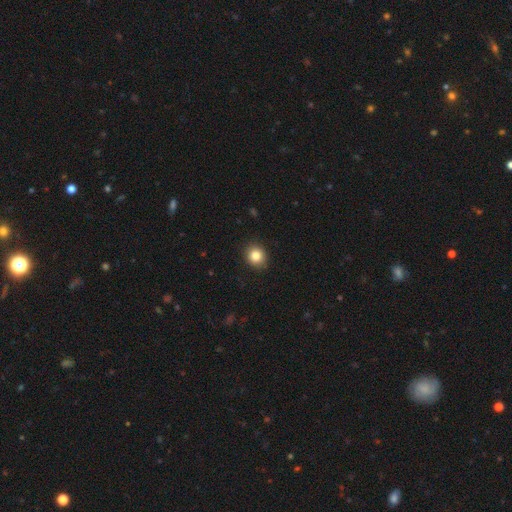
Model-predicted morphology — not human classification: smooth_or_featured: smooth (p=0.84) [alt: star or artifact p=0.10]
how_rounded: round (p=0.80) [alt: in between p=0.19]
merging: none (p=0.90) [alt: minor disturbance p=0.07]